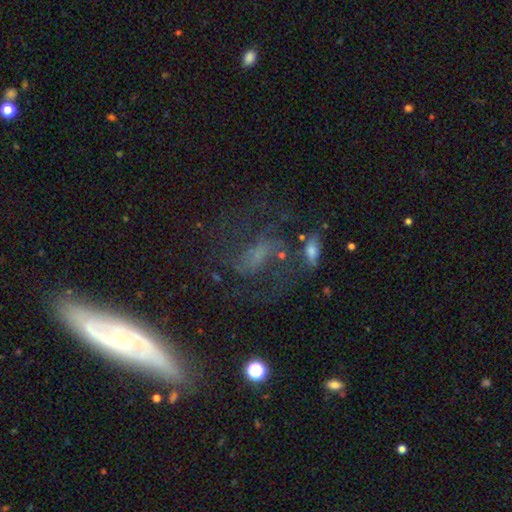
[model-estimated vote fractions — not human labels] Morphology: type=featured or disk (61%); edge-on=no (94%); bar=no (42%); spiral arms=yes (77%); bulge=small (43%); merging=none (48%).